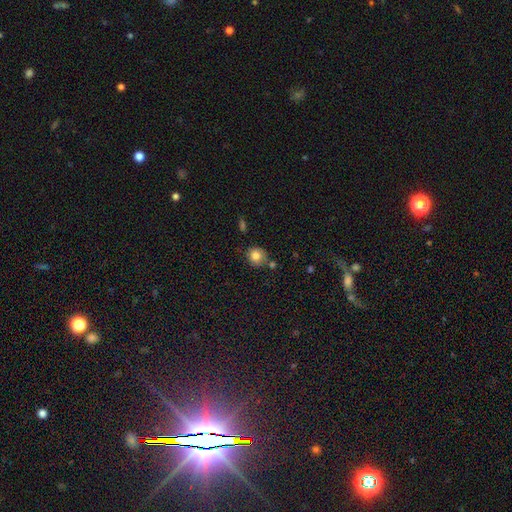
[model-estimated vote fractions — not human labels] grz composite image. It shows a smooth galaxy with no disk features (81%) that is round (85%). Merging: none (71%).